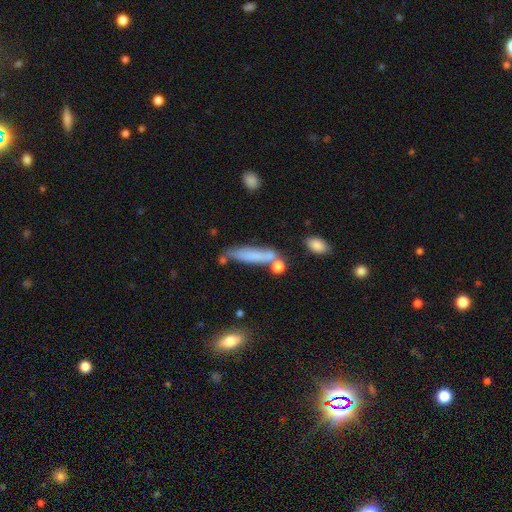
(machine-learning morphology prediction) This is likely a smooth galaxy (69%). How rounded: clearly cigar-shaped (81%). Merging: likely none (60%).